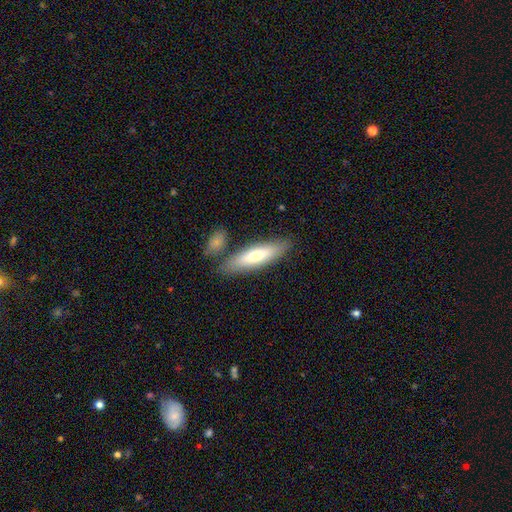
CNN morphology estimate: The model was most divided on "how rounded": cigar-shaped: 69%, in between: 30%, round: 2%. More confident: merging — none (78%); smooth or featured — smooth (67%).